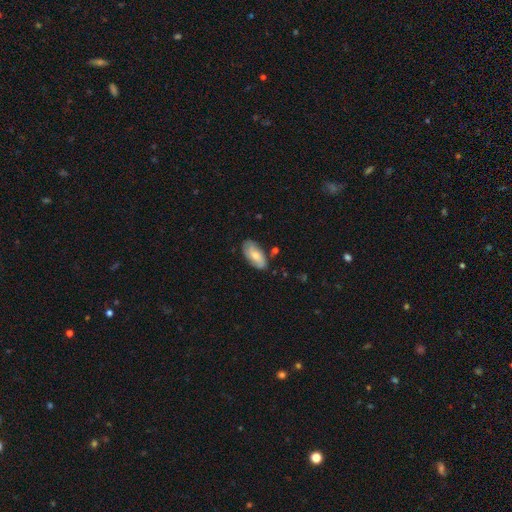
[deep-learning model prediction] The model was most divided on "smooth or featured": smooth: 62%, featured or disk: 31%, star or artifact: 6%. More confident: how rounded — in between (91%); merging — none (77%).